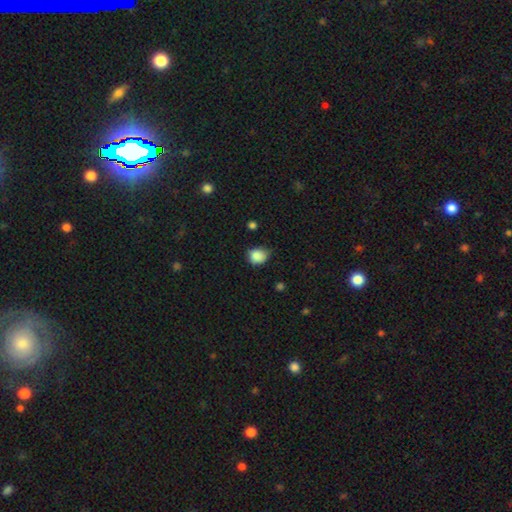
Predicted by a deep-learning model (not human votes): The model was most divided on "how rounded": round: 64%, in between: 35%, cigar-shaped: 1%. More confident: smooth or featured — smooth (86%); merging — none (64%).